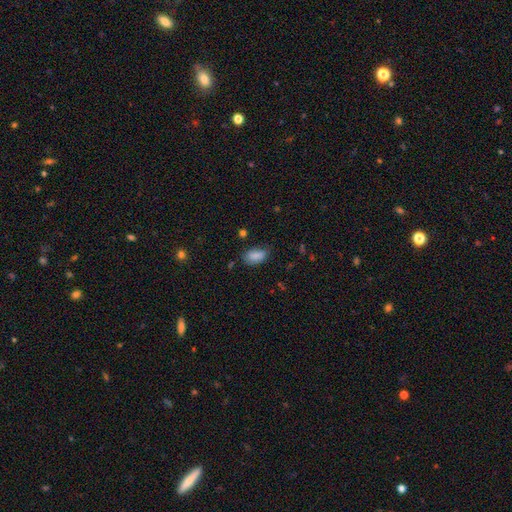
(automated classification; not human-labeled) Morphology: type=smooth (86%); roundness=in between (91%); merging=none (63%).